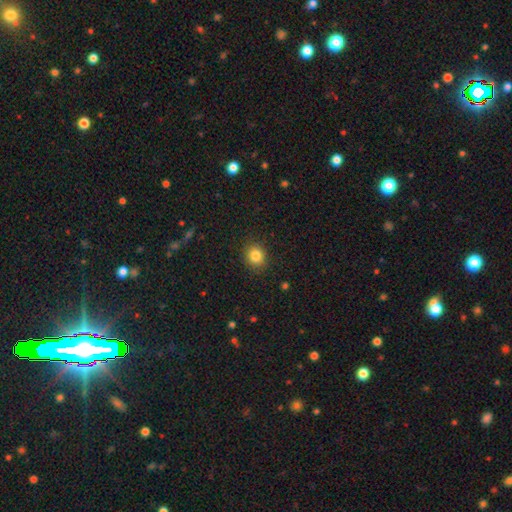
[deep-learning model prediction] smooth_or_featured: smooth (p=0.83) [alt: star or artifact p=0.11]
how_rounded: round (p=0.82) [alt: in between p=0.17]
merging: none (p=0.89) [alt: minor disturbance p=0.07]